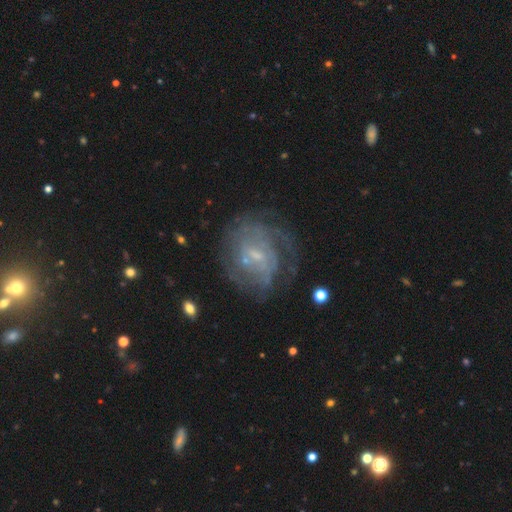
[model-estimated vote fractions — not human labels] A featured or disk galaxy (79%) with a weak bar (54%), tight (55%) spiral arms (83%) and a small central bulge (64%). Merging: none (64%).